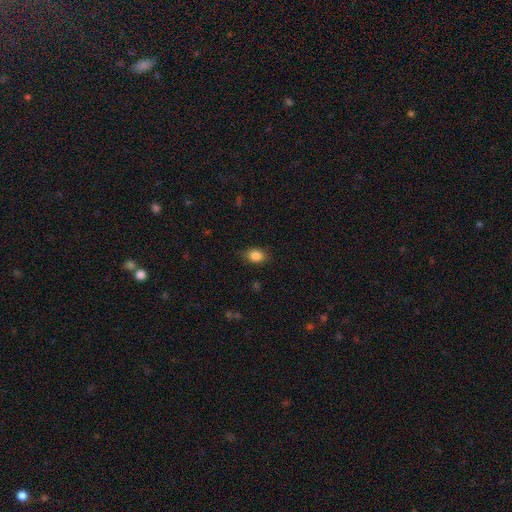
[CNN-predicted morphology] smooth-or-featured: smooth: 86% | star or artifact: 9% | featured or disk: 5%
  how-rounded: in between: 73% | round: 26% | cigar-shaped: 1%
  merging: none: 81% | minor disturbance: 15% | major disturbance: 3% | merger: 1%